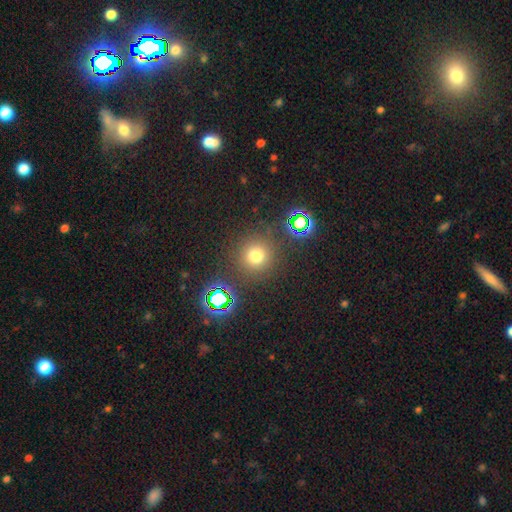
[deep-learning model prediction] Smooth or featured? Predicted: smooth (p=0.69). How rounded? Predicted: round (p=0.93). Merging? Predicted: none (p=0.85).